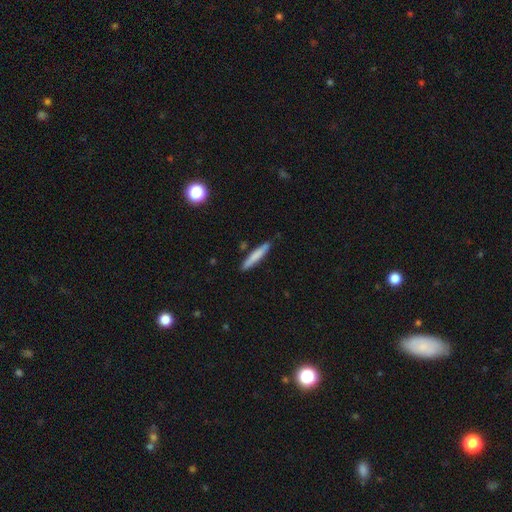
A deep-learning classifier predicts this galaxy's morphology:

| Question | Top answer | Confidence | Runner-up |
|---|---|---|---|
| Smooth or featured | smooth | 74% | featured or disk (20%) |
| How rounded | cigar-shaped | 93% | in between (6%) |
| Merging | none | 83% | minor disturbance (12%) |